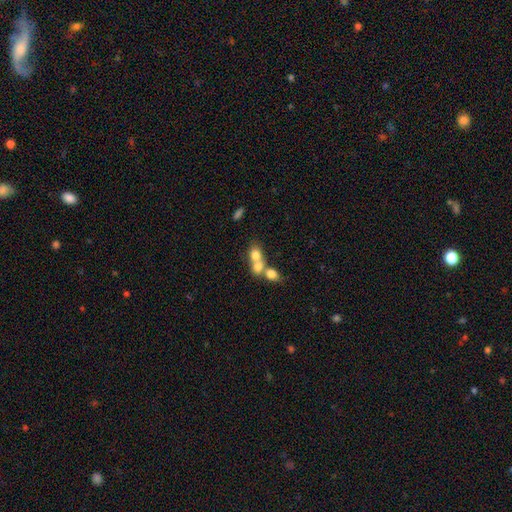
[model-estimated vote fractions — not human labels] smooth_or_featured: smooth (p=0.71) [alt: featured or disk p=0.19]
how_rounded: round (p=0.50) [alt: in between p=0.48]
merging: merger (p=0.67) [alt: none p=0.22]